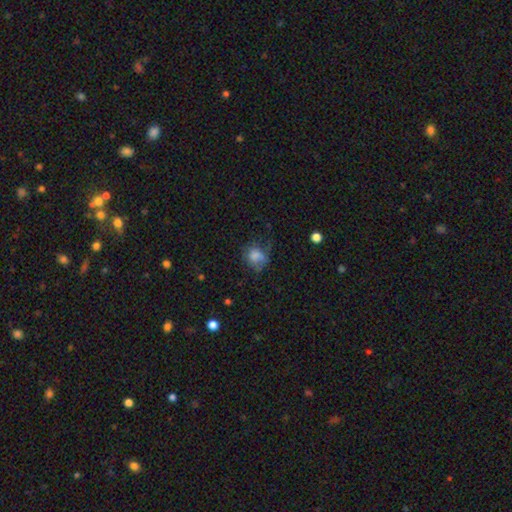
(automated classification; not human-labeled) smooth 74%, featured or disk 14%, star or artifact 12%. Down the decision tree: how rounded — round (61%); merging — none (41%).